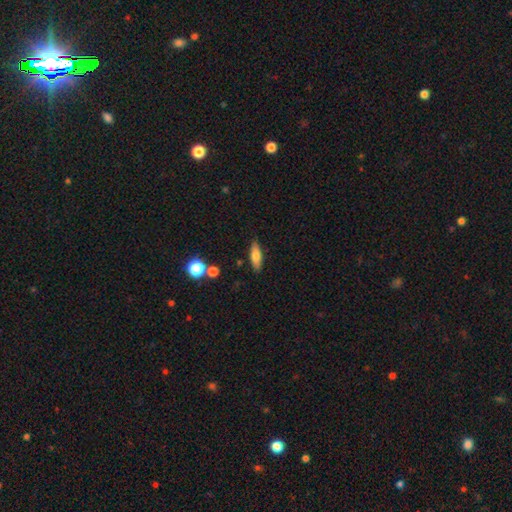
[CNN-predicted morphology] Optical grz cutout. It shows a smooth galaxy with no disk features (71%) that is in between round and cigar-shaped (53%). Merging: none (85%).